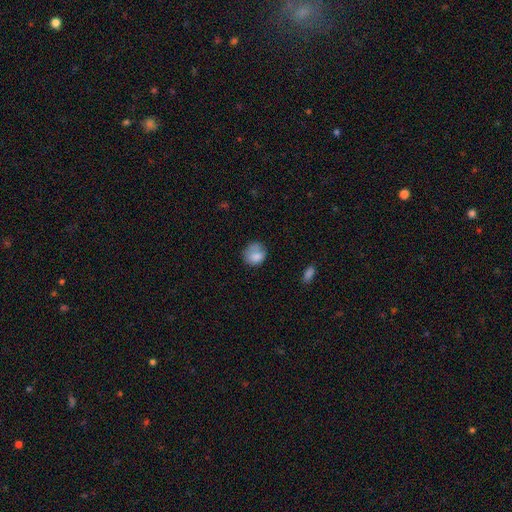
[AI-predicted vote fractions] This appears to be a smooth galaxy with no disk features (81%) that is round (70%). Merging: none (57%).